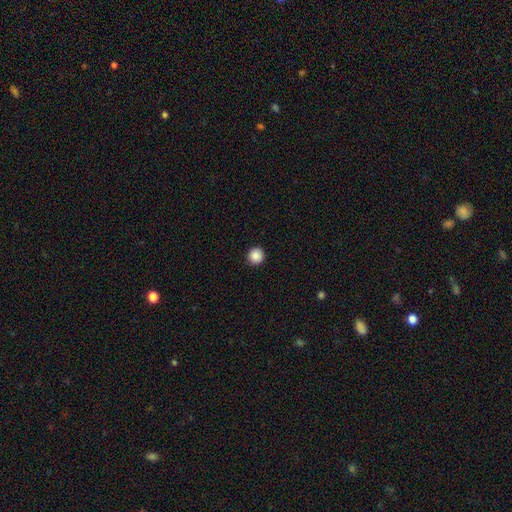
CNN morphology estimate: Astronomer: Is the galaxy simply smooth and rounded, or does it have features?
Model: smooth — 88%.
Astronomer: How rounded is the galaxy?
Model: round — 95%.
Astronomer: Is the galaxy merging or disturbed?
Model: none — 93%.